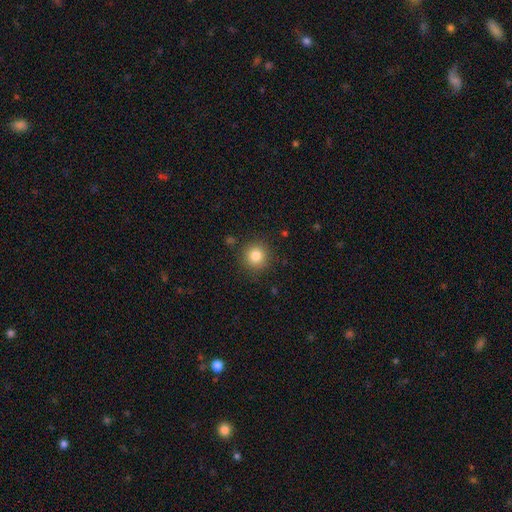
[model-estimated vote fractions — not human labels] A smooth galaxy with no disk features (82%) that is round (93%).

Vote fractions:
- Smooth or featured? smooth: 82% / star or artifact: 11% / featured or disk: 6%
- How rounded? round: 93% / in between: 6% / cigar-shaped: 1%
- Merging? none: 89% / minor disturbance: 7% / major disturbance: 2% / merger: 1%